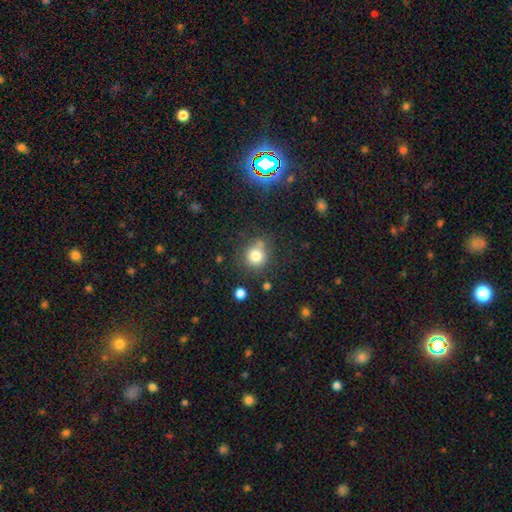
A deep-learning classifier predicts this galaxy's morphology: A smooth galaxy with no disk features (79%) that is round (89%). Merging: none (68%).